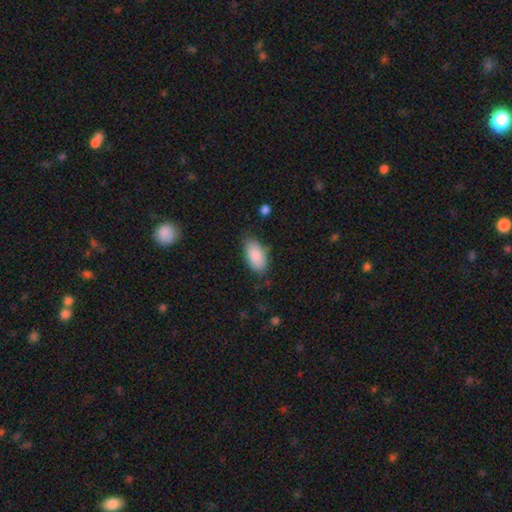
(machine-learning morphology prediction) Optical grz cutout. It shows a smooth galaxy with no disk features (88%) that is in between round and cigar-shaped (94%). Merging: none (76%).